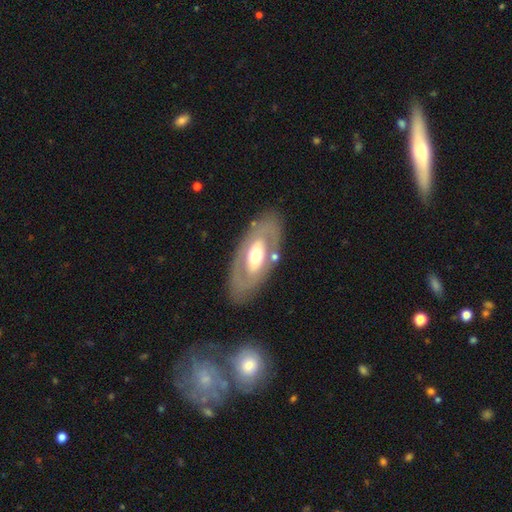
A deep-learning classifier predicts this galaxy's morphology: Smooth or featured? featured or disk (62%)
Edge-on disk? no (86%)
Bar? no (71%)
Spiral arms? no (81%)
Bulge size? moderate (64%)
Merging? none (80%)